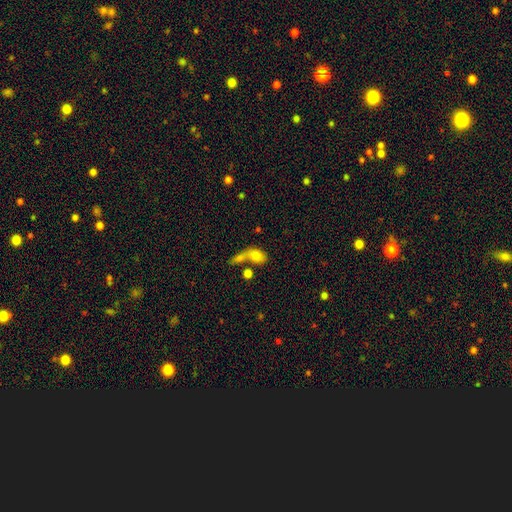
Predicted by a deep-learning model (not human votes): Overall: smooth (75%). How rounded: in between (76%). Merging: merger (53%; none 27%).